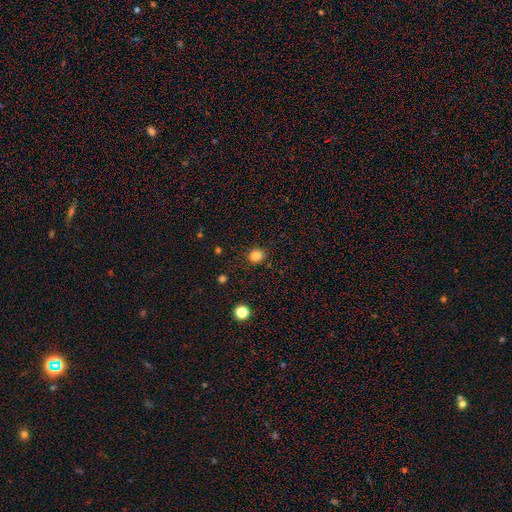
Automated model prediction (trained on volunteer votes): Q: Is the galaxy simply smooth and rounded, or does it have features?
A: smooth — 84%.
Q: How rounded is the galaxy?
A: round — 77%.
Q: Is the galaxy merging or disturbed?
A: none — 87%.